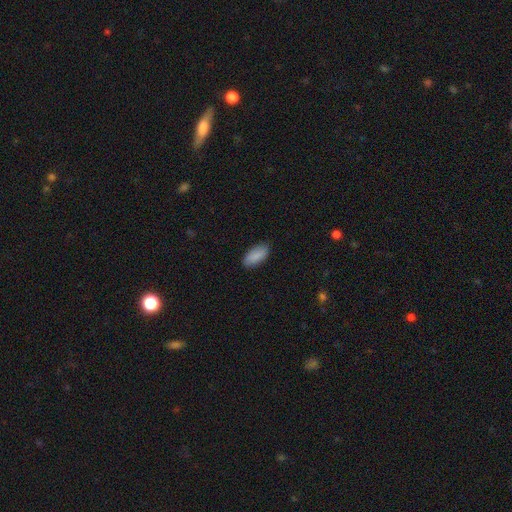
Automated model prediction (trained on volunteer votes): Morphology: type=smooth (88%); roundness=in between (87%); merging=none (85%).